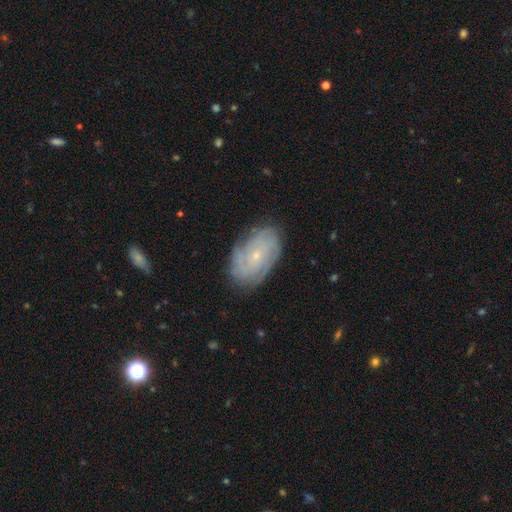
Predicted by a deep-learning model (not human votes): Smooth or featured: featured or disk — 71% (smooth — 21%)
Edge-on disk: no — 95% (yes — 5%)
Bar: no — 75% (weak — 21%)
Spiral arms: yes — 90% (no — 10%)
Spiral winding: tight — 68% (medium — 25%)
Spiral arm count: can't tell — 47% (2 — 16%)
Bulge size: small — 79% (moderate — 17%)
Merging: none — 80% (minor disturbance — 15%)